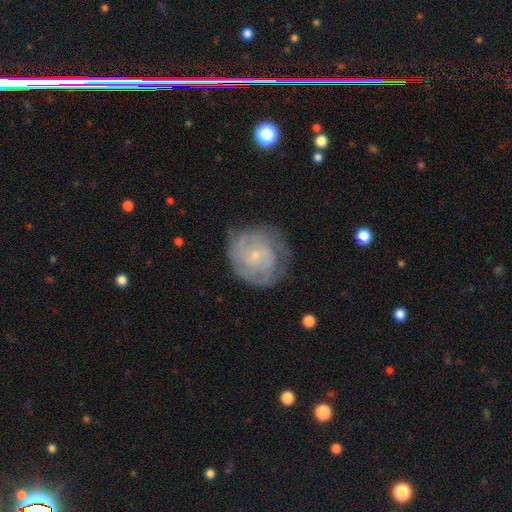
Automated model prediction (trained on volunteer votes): smooth-or-featured: featured or disk: 77% | smooth: 17% | star or artifact: 7%
  disk-edge-on: no: 98% | yes: 2%
    bar: no: 75% | weak: 21% | strong: 4%
    has-spiral-arms: yes: 91% | no: 9%
      spiral-winding: tight: 68% | medium: 25% | loose: 7%
      spiral-arm-count: can't tell: 37% | 2: 27% | 3: 18% | 4: 8% | 1: 5% | more than 4: 5%
    bulge-size: small: 84% | moderate: 11% | none: 3% | large: 1% | dominant: 1%
  merging: none: 72% | minor disturbance: 19% | major disturbance: 8% | merger: 1%